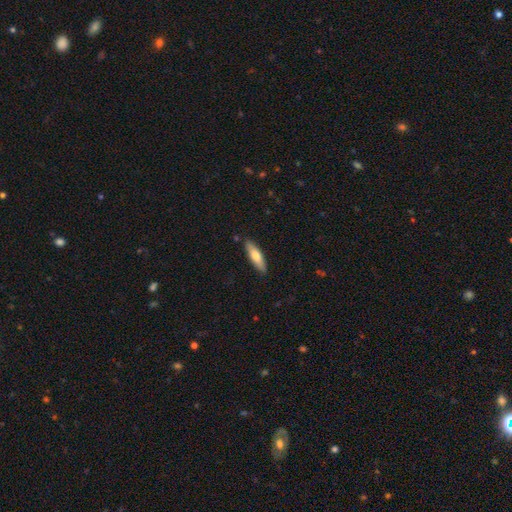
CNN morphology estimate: Smooth or featured: smooth — 68% (featured or disk — 26%)
How rounded: cigar-shaped — 63% (in between — 35%)
Merging: none — 88% (minor disturbance — 9%)